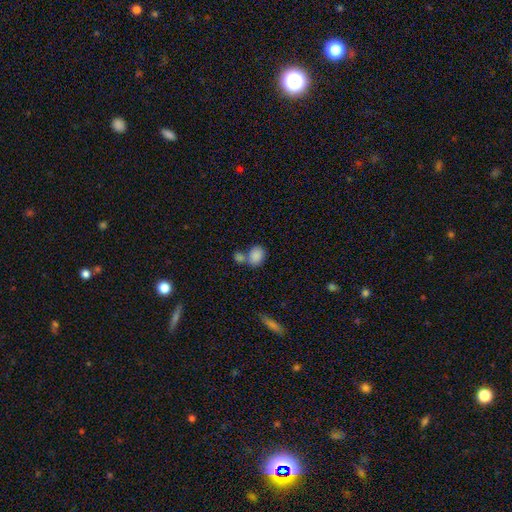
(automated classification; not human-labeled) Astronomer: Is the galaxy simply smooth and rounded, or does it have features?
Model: smooth — 86%.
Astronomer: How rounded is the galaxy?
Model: in between — 57% (runner-up: round, 41%).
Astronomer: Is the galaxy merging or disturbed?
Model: merger — 44% (runner-up: none, 40%).